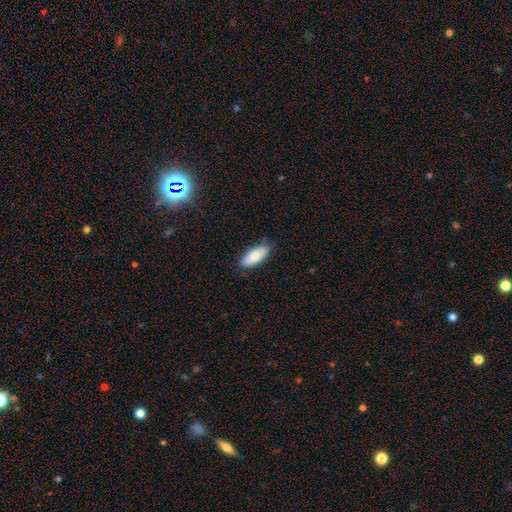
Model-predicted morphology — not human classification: type=smooth (83%); roundness=in between (85%); merging=none (83%).